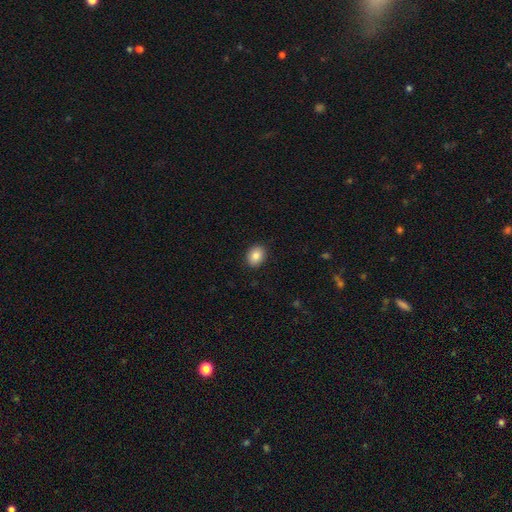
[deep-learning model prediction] Overall: smooth (86%). How rounded: in between (57%; round 42%). Merging: none (90%).